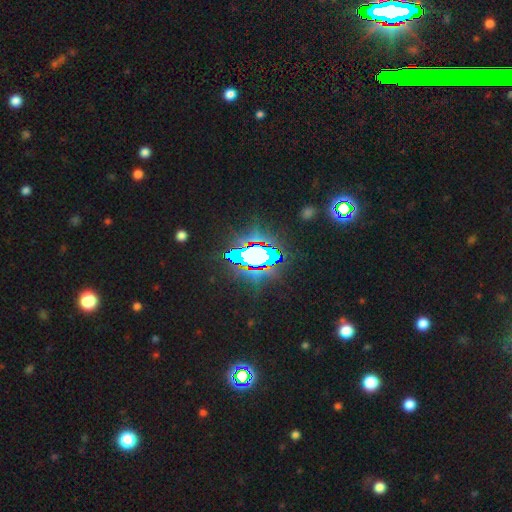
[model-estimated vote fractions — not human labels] The model was most divided on "smooth or featured": star or artifact: 68%, smooth: 17%, featured or disk: 15%.